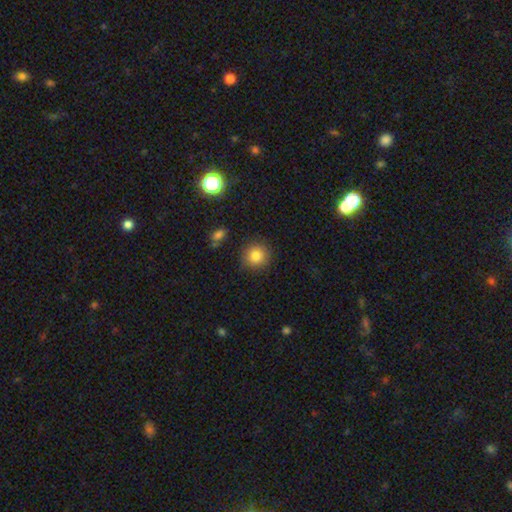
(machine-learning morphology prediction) This appears to be a smooth galaxy with no disk features (82%) that is round (92%). Merging: none (87%).